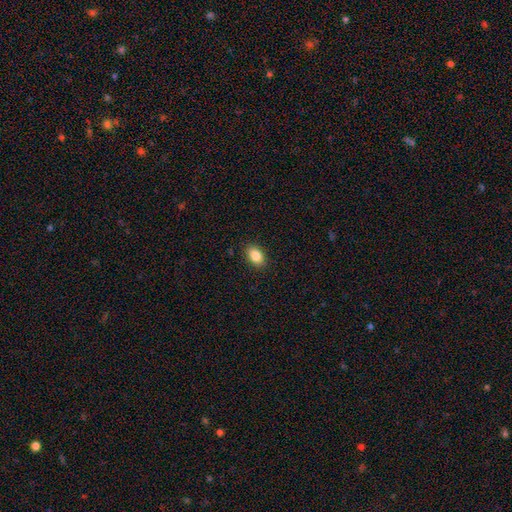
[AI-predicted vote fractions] Smooth or featured?
  - smooth: 86% *
  - star or artifact: 8%
  - featured or disk: 6%
How rounded?
  - in between: 87% *
  - round: 12%
  - cigar-shaped: 1%
Merging?
  - none: 89% *
  - minor disturbance: 8%
  - major disturbance: 2%
  - merger: 1%